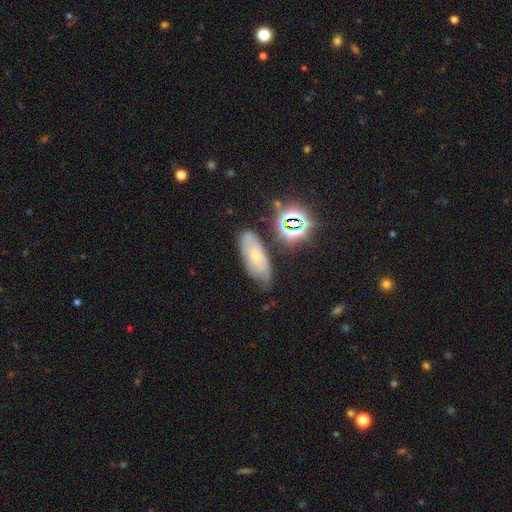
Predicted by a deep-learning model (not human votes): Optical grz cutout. It shows a featured or disk galaxy (49%). Merging: none (65%).